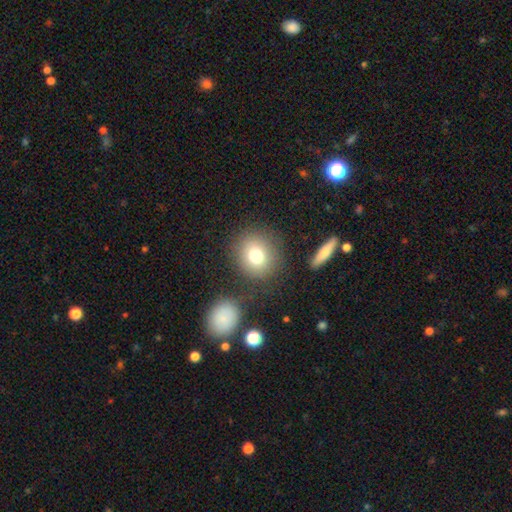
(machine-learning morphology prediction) Smooth or featured? smooth (77%)
How rounded? round (84%)
Merging? none (81%)